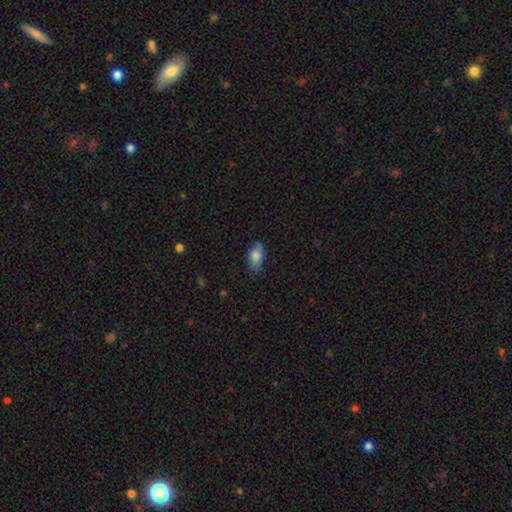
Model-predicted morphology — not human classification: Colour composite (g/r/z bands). It shows a smooth galaxy with no disk features (79%) that is in between round and cigar-shaped (88%). Merging: none (71%).